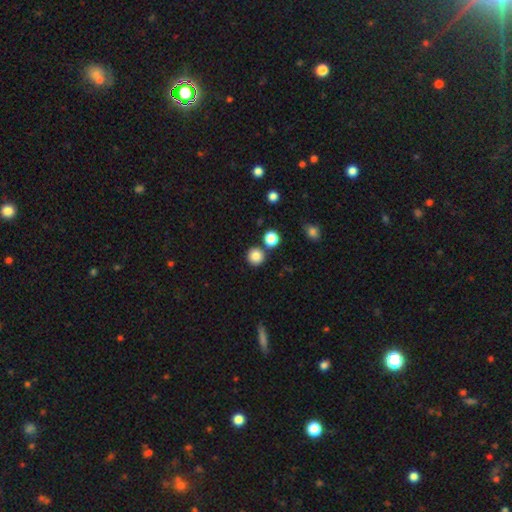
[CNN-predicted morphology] This is clearly a smooth galaxy (85%). How rounded: clearly round (94%). Merging: clearly none (83%).